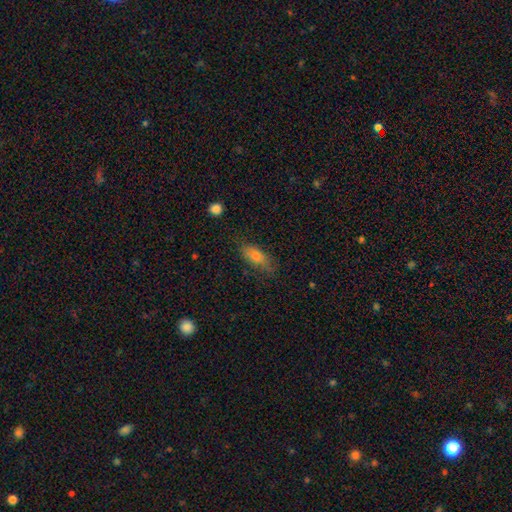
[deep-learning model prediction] Q: Smooth or featured?
A: smooth (71%); runner-up: featured or disk (19%)
Q: How rounded?
A: in between (70%); runner-up: cigar-shaped (26%)
Q: Merging?
A: none (76%); runner-up: minor disturbance (18%)